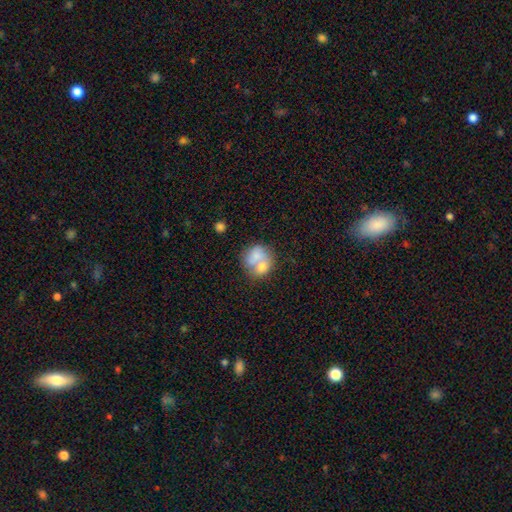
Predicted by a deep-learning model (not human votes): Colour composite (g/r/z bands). It shows a smooth galaxy with no disk features (65%) that is round (63%). Merging: merger (60%).